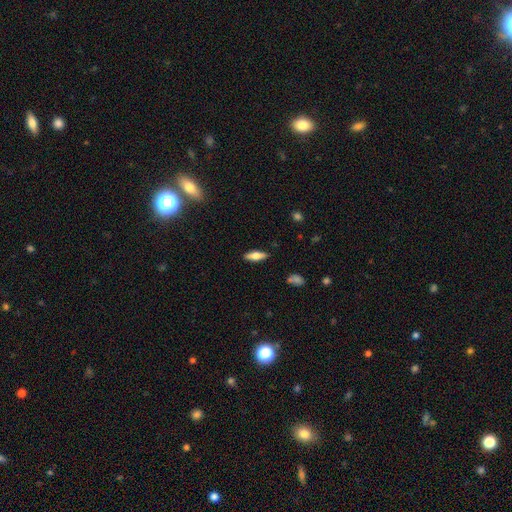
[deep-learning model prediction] Overall: smooth (62%; featured or disk 32%). How rounded: in between (54%; cigar-shaped 44%). Merging: none (88%).